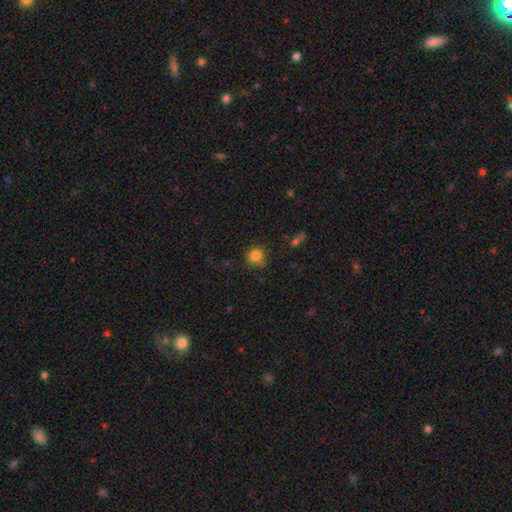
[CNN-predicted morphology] The model was most divided on "merging": none: 71%, minor disturbance: 19%, major disturbance: 5%, merger: 5%. More confident: how rounded — round (86%); smooth or featured — smooth (82%).